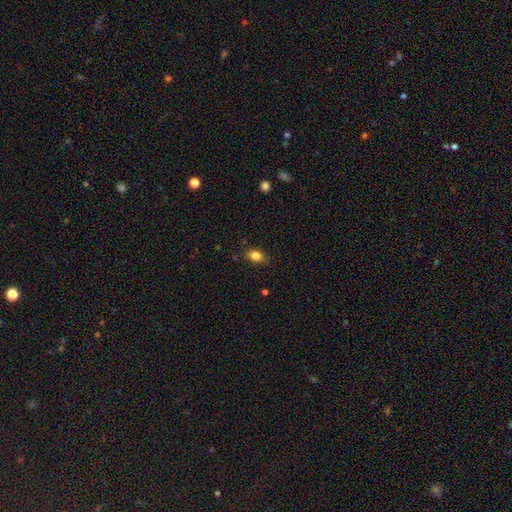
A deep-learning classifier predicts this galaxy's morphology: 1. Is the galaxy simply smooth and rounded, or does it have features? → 84% smooth, 10% star or artifact, 6% featured or disk.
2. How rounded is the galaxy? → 71% in between, 27% round, 2% cigar-shaped.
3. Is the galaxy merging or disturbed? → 81% none, 15% minor disturbance, 3% major disturbance, 1% merger.